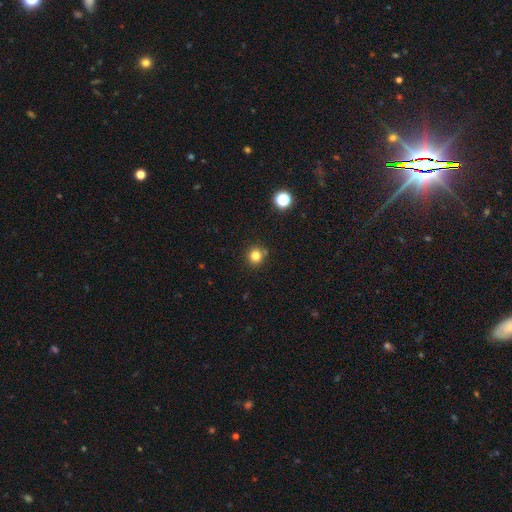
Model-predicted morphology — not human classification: Smooth or featured? smooth (80%)
How rounded? round (92%)
Merging? none (84%)